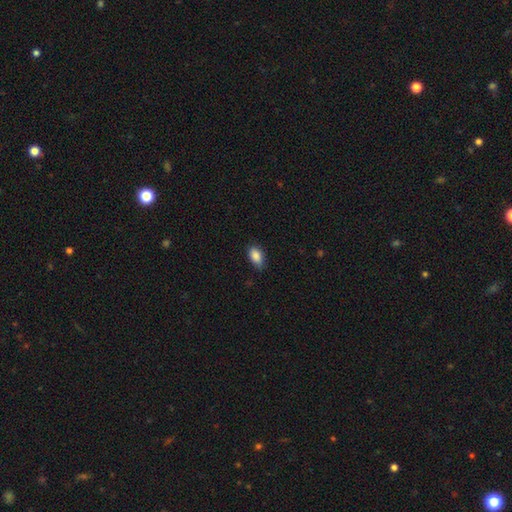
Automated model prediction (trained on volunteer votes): This appears to be a smooth galaxy with no disk features (88%) that is in between round and cigar-shaped (90%). Merging: none (77%).